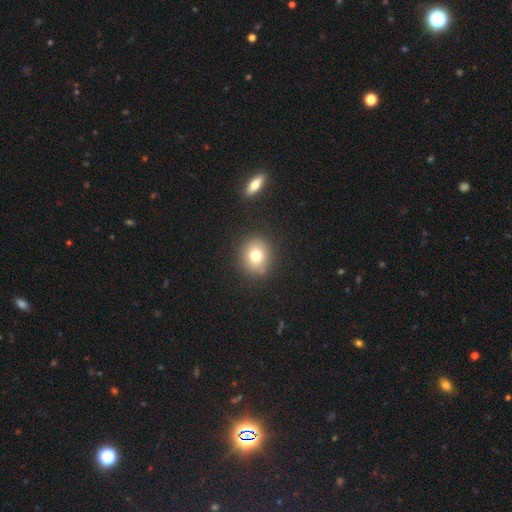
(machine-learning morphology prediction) Q: Smooth or featured?
A: smooth (75%); runner-up: featured or disk (13%)
Q: How rounded?
A: round (79%); runner-up: in between (20%)
Q: Merging?
A: none (86%); runner-up: minor disturbance (8%)